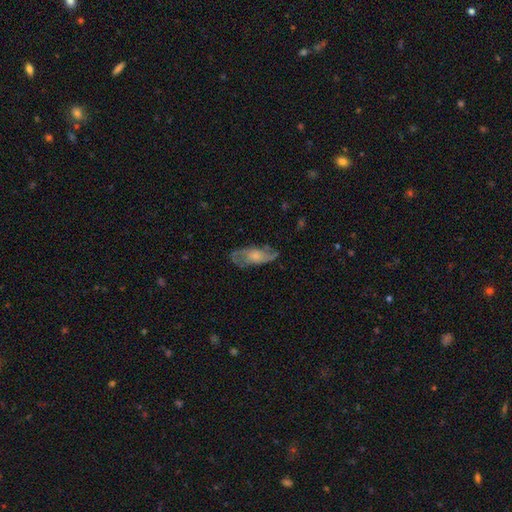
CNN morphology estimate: This appears to be a featured or disk galaxy (61%) with no bar (71%), spiral arms (83%) and a moderate central bulge (39%). Merging: none (68%).